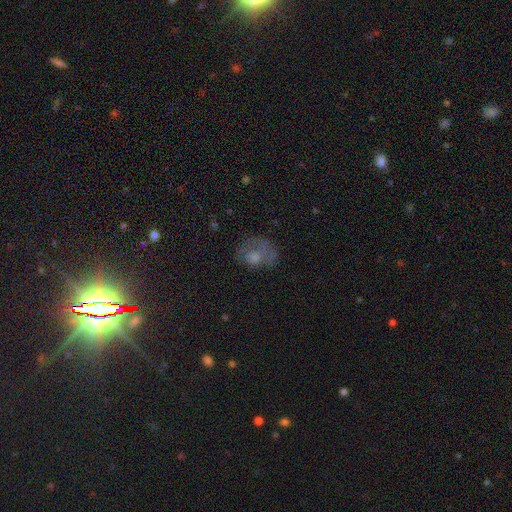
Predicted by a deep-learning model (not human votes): Smooth or featured: smooth — 53% (featured or disk — 32%)
How rounded: in between — 55% (round — 43%)
Merging: none — 43% (major disturbance — 29%)